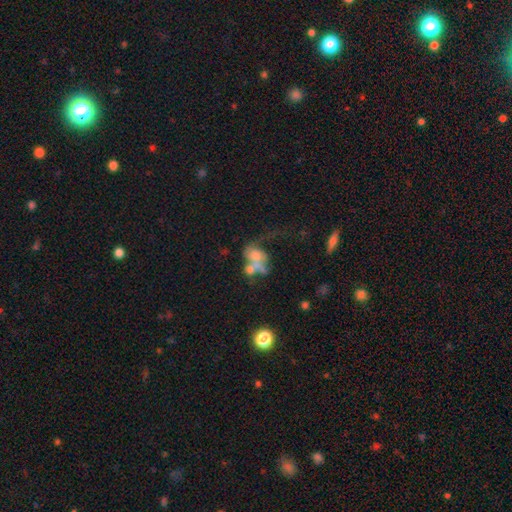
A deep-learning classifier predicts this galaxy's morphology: Overall: featured or disk (48%; smooth 38%). Merging: merger (42%; major disturbance 34%).